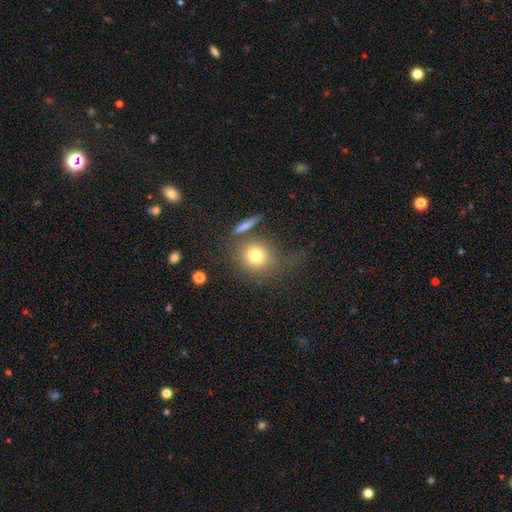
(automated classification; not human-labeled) Overall: smooth (75%). How rounded: round (84%). Merging: none (64%).